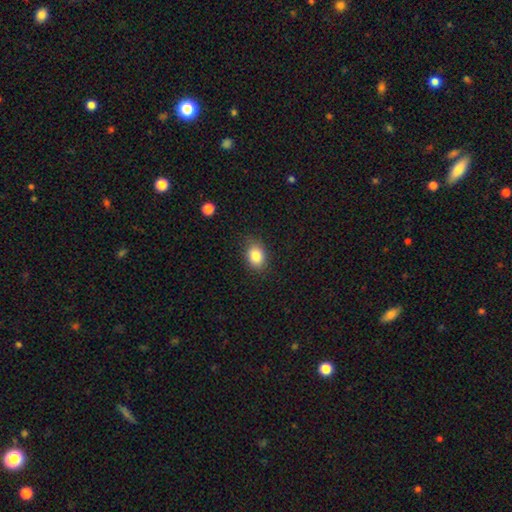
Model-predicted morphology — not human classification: Smooth or featured: smooth — 84% (star or artifact — 9%)
How rounded: in between — 69% (round — 30%)
Merging: none — 82% (minor disturbance — 14%)